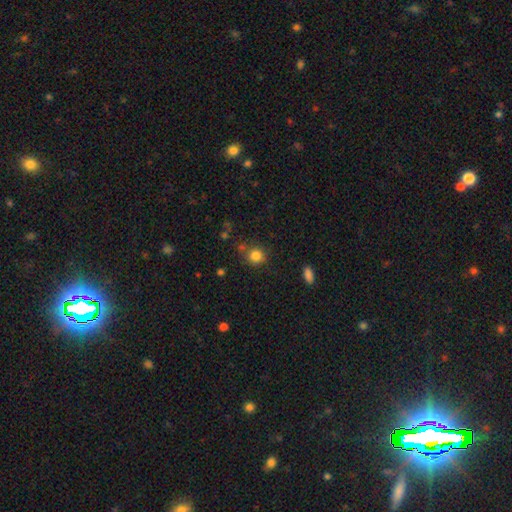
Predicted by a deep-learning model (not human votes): Smooth or featured? smooth (83%)
How rounded? round (84%)
Merging? none (75%)